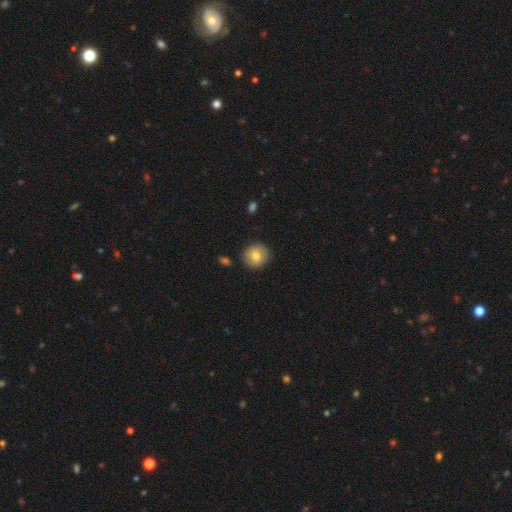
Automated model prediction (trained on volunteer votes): A smooth galaxy with no disk features (78%) that is round (90%). Merging: none (88%).